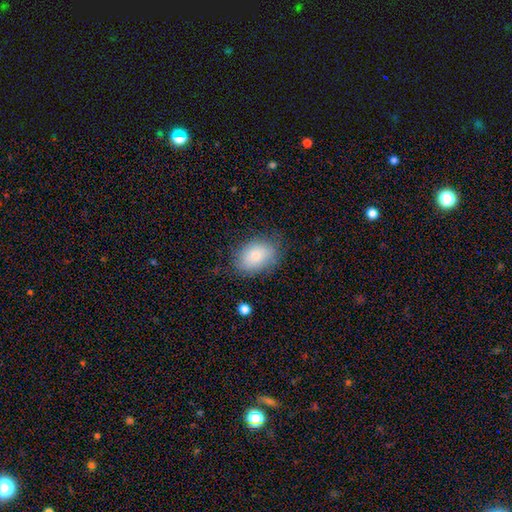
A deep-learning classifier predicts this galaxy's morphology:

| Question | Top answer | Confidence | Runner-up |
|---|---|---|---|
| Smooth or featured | smooth | 81% | featured or disk (11%) |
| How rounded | in between | 81% | round (18%) |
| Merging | none | 74% | minor disturbance (19%) |